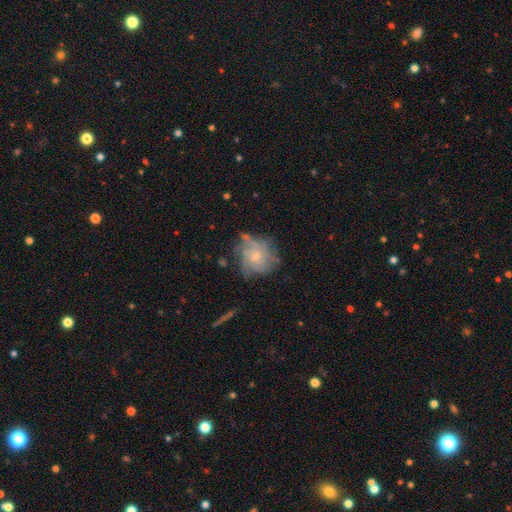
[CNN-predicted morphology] A featured or disk galaxy (55%) with no bar (86%), spiral arms (69%) and a small central bulge (61%). Merging: none (61%).